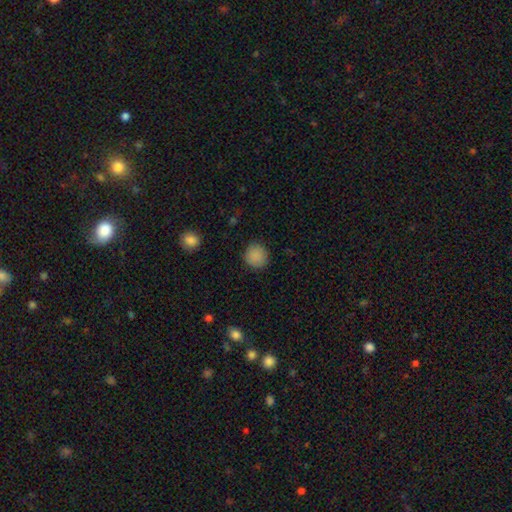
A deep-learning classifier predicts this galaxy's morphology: The model was most divided on "smooth or featured": smooth: 87%, star or artifact: 9%, featured or disk: 4%. More confident: how rounded — round (91%); merging — none (89%).